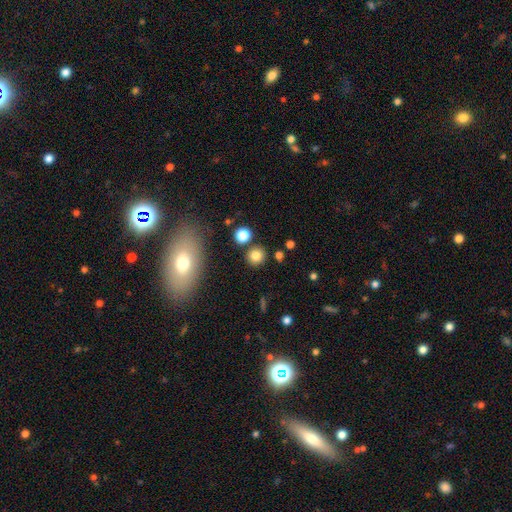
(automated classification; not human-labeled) A smooth galaxy with no disk features (81%) that is round (88%). Merging: none (84%).